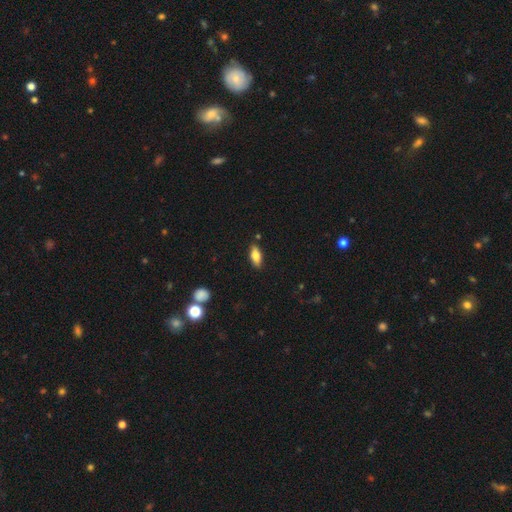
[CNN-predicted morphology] Smooth or featured? Predicted: smooth (p=0.75). How rounded? Predicted: in between (p=0.79). Merging? Predicted: none (p=0.86).